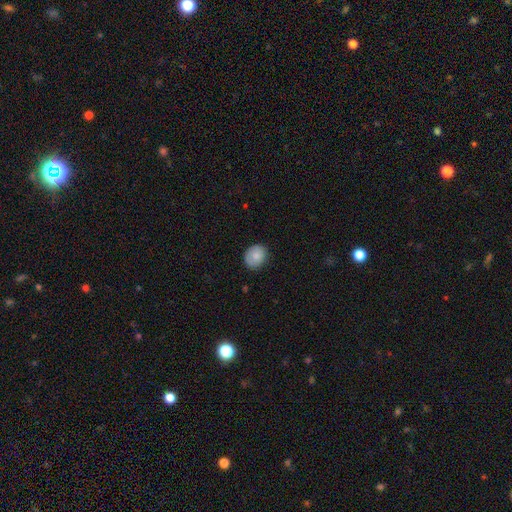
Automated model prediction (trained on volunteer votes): Smooth or featured? Predicted: smooth (p=0.80). How rounded? Predicted: round (p=0.63). Merging? Predicted: none (p=0.80).